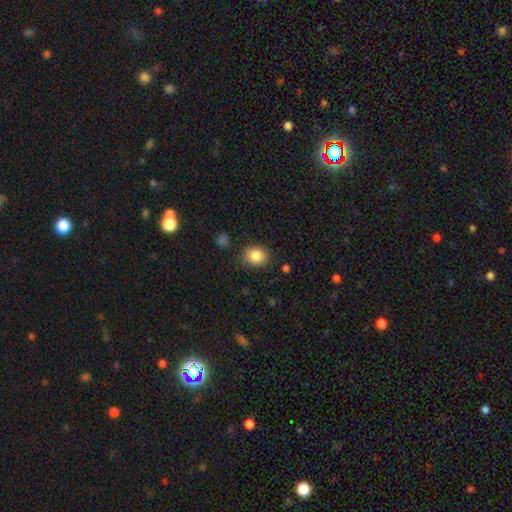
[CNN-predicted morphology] Smooth or featured? smooth (85%)
How rounded? round (66%)
Merging? none (82%)